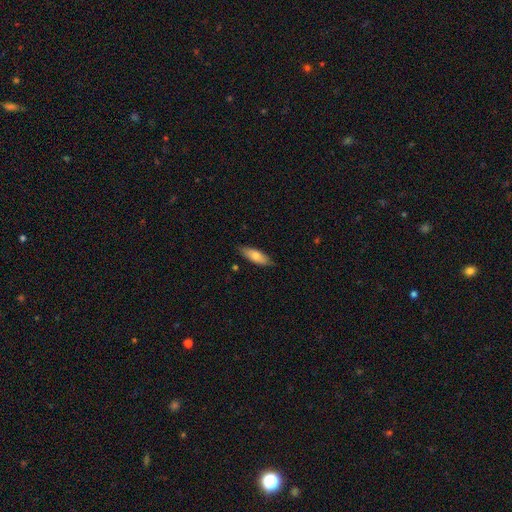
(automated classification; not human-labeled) Smooth or featured? Predicted: smooth (p=0.72). How rounded? Predicted: in between (p=0.61). Merging? Predicted: none (p=0.83).